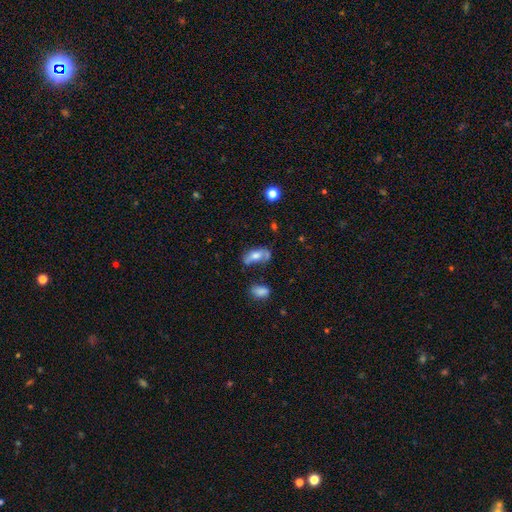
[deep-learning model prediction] Smooth or featured?
  - smooth: 58% *
  - featured or disk: 34%
  - star or artifact: 8%
How rounded?
  - in between: 84% *
  - cigar-shaped: 11%
  - round: 5%
Merging?
  - none: 40% *
  - minor disturbance: 28%
  - major disturbance: 18%
  - merger: 14%